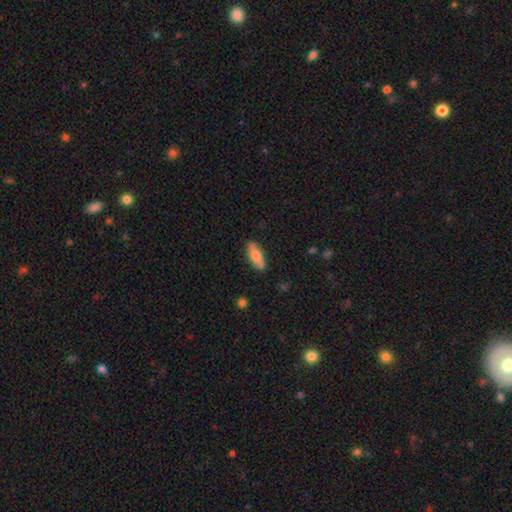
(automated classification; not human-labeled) Morphology: type=smooth (71%); roundness=in between (66%); merging=none (86%).